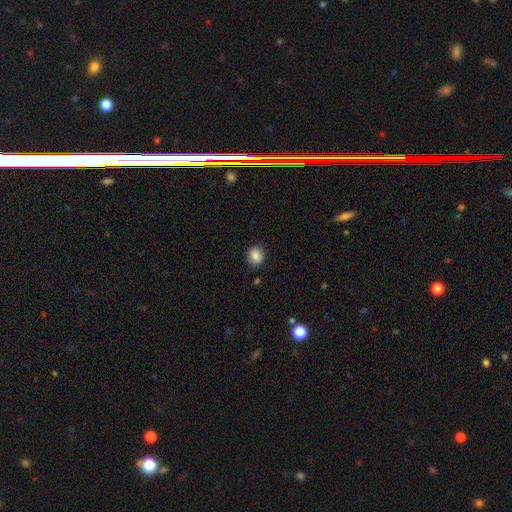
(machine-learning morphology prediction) smooth_or_featured: smooth (p=0.87) [alt: star or artifact p=0.09]
how_rounded: round (p=0.64) [alt: in between p=0.35]
merging: none (p=0.85) [alt: minor disturbance p=0.11]